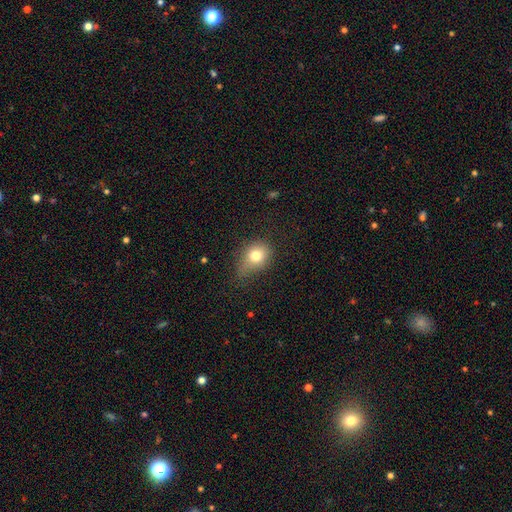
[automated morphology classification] Q: Smooth or featured?
A: smooth (76%); runner-up: featured or disk (13%)
Q: How rounded?
A: in between (51%); runner-up: round (48%)
Q: Merging?
A: none (47%); runner-up: minor disturbance (37%)